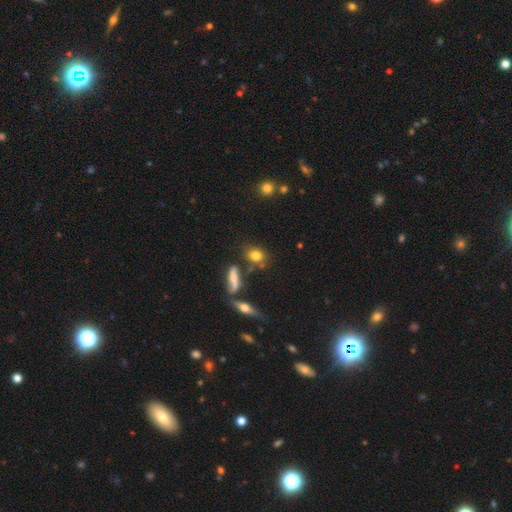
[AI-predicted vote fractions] A smooth galaxy with no disk features (76%) that is in between round and cigar-shaped (57%). Merging: none (64%).